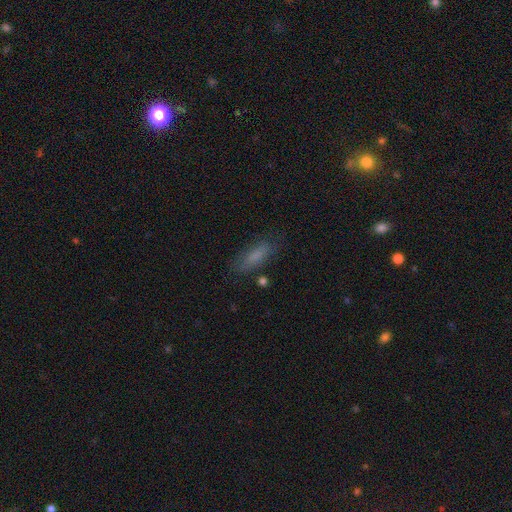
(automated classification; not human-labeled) Q: Smooth or featured?
A: smooth (75%); runner-up: featured or disk (15%)
Q: How rounded?
A: cigar-shaped (51%); runner-up: in between (46%)
Q: Merging?
A: none (78%); runner-up: minor disturbance (15%)